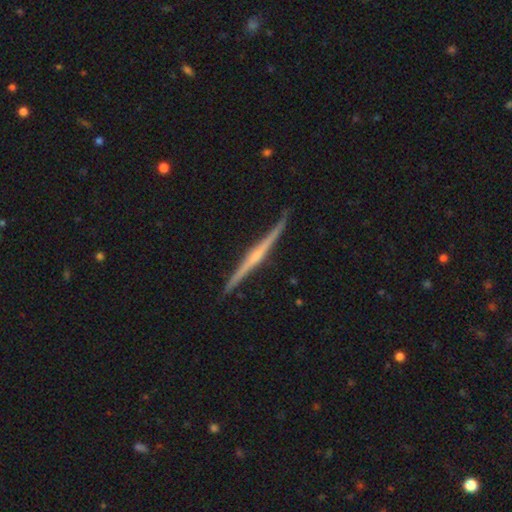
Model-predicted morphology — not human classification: type=featured or disk (83%); edge-on=yes (99%); edge-on bulge=rounded (64%); merging=none (91%).